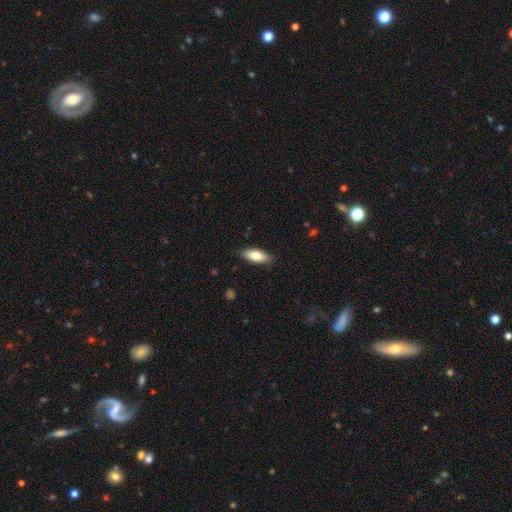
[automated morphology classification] A smooth galaxy with no disk features (78%) that is in between round and cigar-shaped (70%). Merging: none (87%).